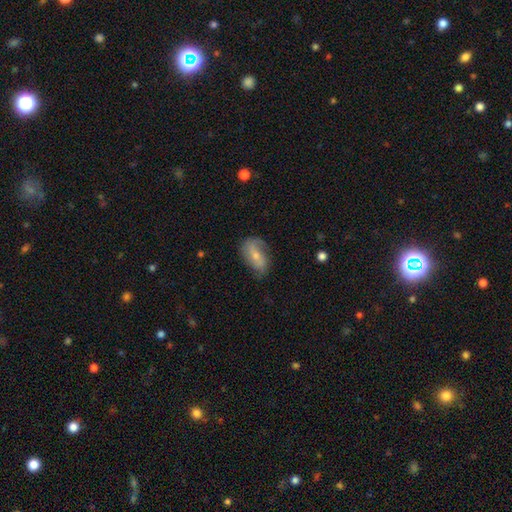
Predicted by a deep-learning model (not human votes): A featured or disk galaxy (51%). Merging: none (62%).